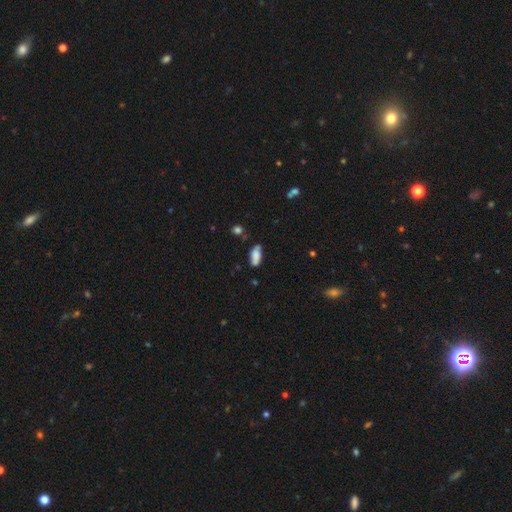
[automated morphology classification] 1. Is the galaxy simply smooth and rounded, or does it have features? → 75% smooth, 16% featured or disk, 9% star or artifact.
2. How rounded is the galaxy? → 85% in between, 12% cigar-shaped, 3% round.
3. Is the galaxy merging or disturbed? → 62% none, 26% minor disturbance, 6% major disturbance, 6% merger.